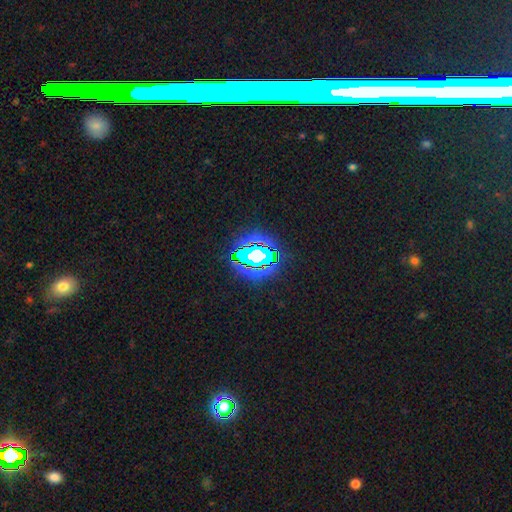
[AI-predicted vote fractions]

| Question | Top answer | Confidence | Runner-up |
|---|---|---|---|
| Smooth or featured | star or artifact | 61% | smooth (23%) |